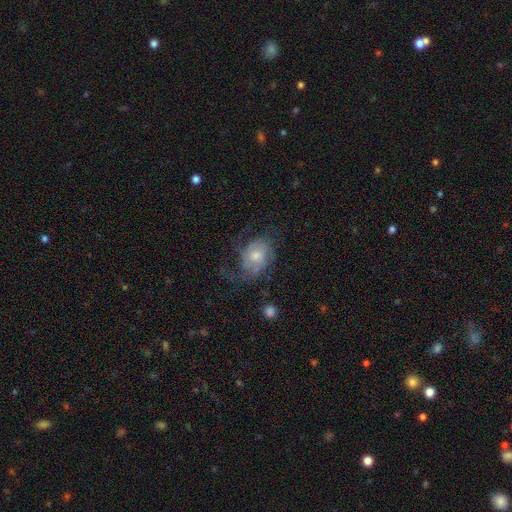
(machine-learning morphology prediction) Q: Smooth or featured?
A: featured or disk (67%); runner-up: smooth (24%)
Q: Edge-on disk?
A: no (97%); runner-up: yes (3%)
Q: Bar?
A: no (72%); runner-up: weak (25%)
Q: Spiral arms?
A: yes (86%); runner-up: no (14%)
Q: Spiral winding?
A: medium (41%); runner-up: tight (33%)
Q: Spiral arm count?
A: 2 (33%); tied with: can't tell (33%)
Q: Bulge size?
A: moderate (56%); runner-up: small (33%)
Q: Merging?
A: none (52%); runner-up: major disturbance (25%)